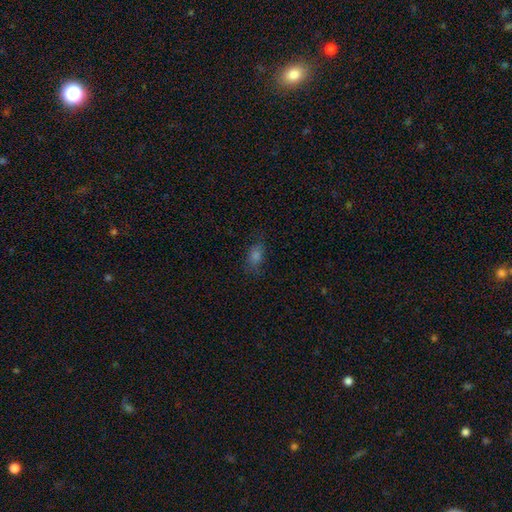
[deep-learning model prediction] Morphology: type=smooth (61%); roundness=in between (75%); merging=none (75%).